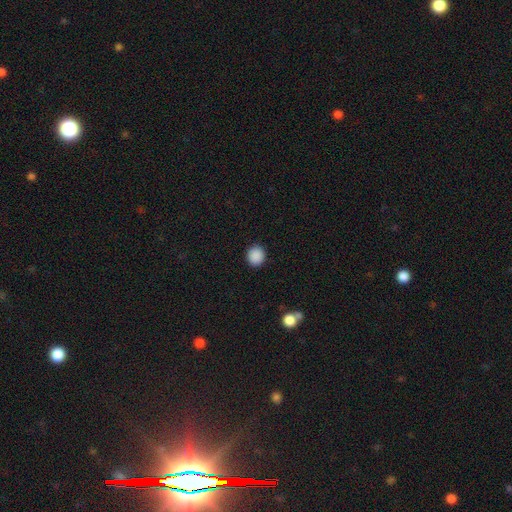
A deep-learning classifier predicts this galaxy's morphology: This is clearly a smooth galaxy (89%). How rounded: clearly round (84%). Merging: clearly none (92%).